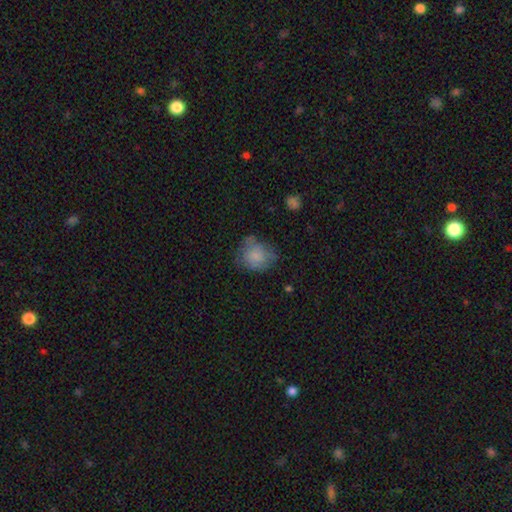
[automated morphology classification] This is likely a smooth galaxy (72%). How rounded: likely round (70%). Merging: possibly none (54%).